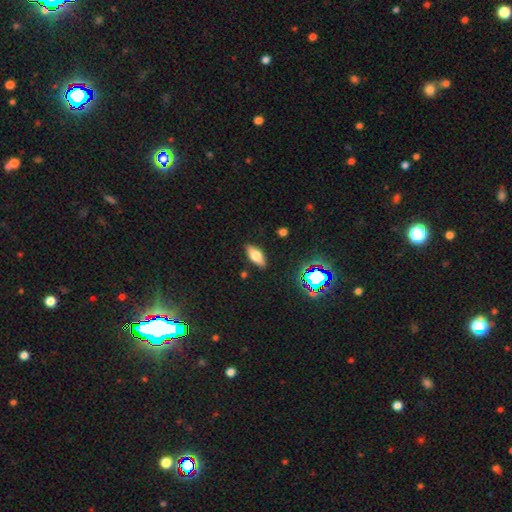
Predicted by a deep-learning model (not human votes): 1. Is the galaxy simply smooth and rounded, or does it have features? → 58% smooth, 30% featured or disk, 12% star or artifact.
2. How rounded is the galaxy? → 74% in between, 23% cigar-shaped, 4% round.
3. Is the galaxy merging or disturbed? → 86% none, 10% minor disturbance, 2% major disturbance, 2% merger.